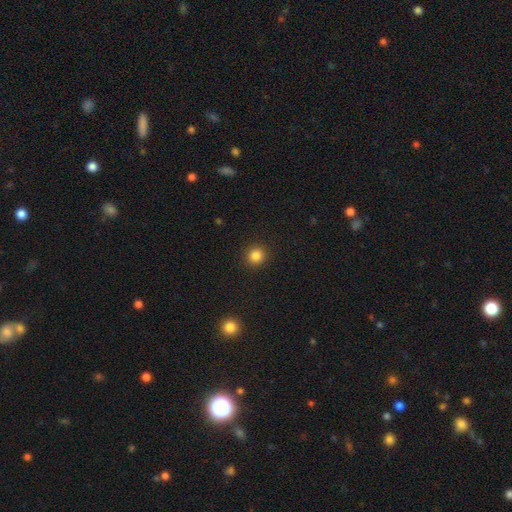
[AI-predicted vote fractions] smooth-or-featured: smooth: 84% | star or artifact: 12% | featured or disk: 4%
  how-rounded: round: 92% | in between: 7% | cigar-shaped: 1%
  merging: none: 92% | minor disturbance: 5% | major disturbance: 2% | merger: 1%